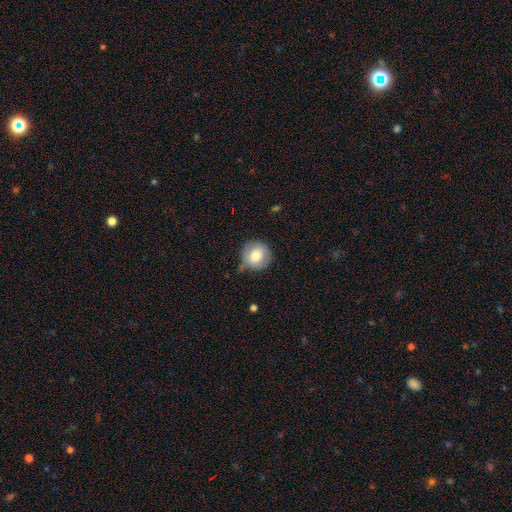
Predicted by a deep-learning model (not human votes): Smooth or featured?
  - smooth: 75% *
  - featured or disk: 17%
  - star or artifact: 8%
How rounded?
  - round: 93% *
  - in between: 6%
  - cigar-shaped: 1%
Merging?
  - none: 71% *
  - minor disturbance: 21%
  - major disturbance: 5%
  - merger: 3%